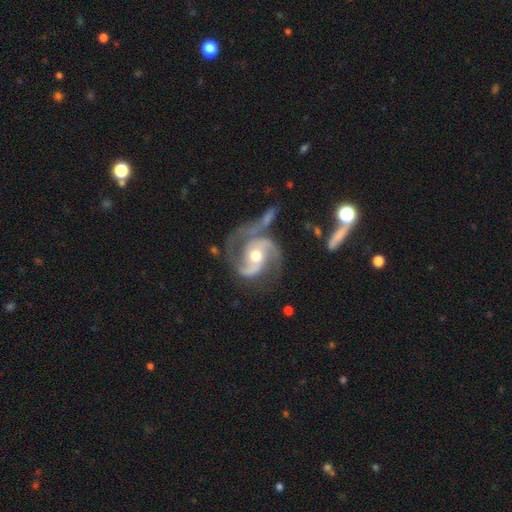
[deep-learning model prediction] The model was most divided on "bar": no: 52%, weak: 34%, strong: 14%. Remaining: edge-on disk — no (98%); spiral arms — yes (97%); smooth or featured — featured or disk (91%); spiral arm count — 2 (86%); bulge size — moderate (73%); spiral winding — medium (56%); merging — none (47%).